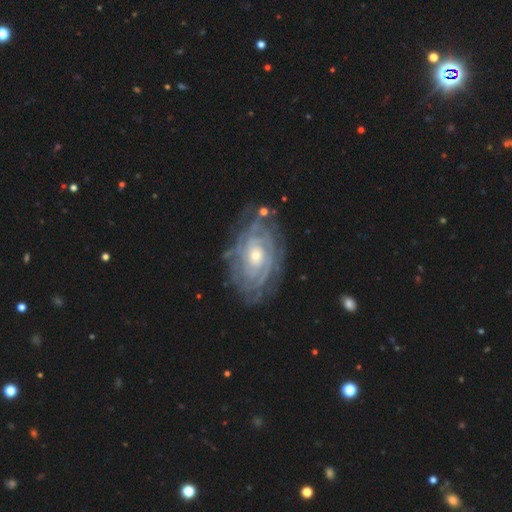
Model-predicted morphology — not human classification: smooth_or_featured: featured or disk (p=0.87) [alt: smooth p=0.08]
disk_edge_on: no (p=0.95) [alt: yes p=0.05]
bar: no (p=0.74) [alt: weak p=0.20]
has_spiral_arms: yes (p=0.94) [alt: no p=0.06]
spiral_winding: tight (p=0.80) [alt: medium p=0.17]
spiral_arm_count: can't tell (p=0.45) [alt: 2 p=0.14]
bulge_size: small (p=0.55) [alt: moderate p=0.41]
merging: none (p=0.71) [alt: minor disturbance p=0.19]